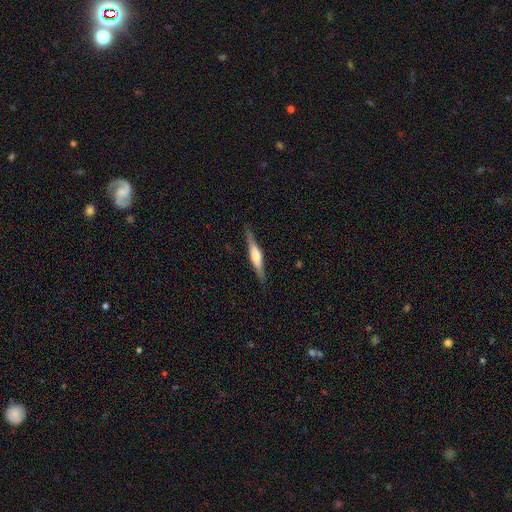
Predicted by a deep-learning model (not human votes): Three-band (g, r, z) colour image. It shows a featured or disk galaxy (62%) viewed edge-on (96%) with a rounded central bulge (75%). Merging: none (87%).